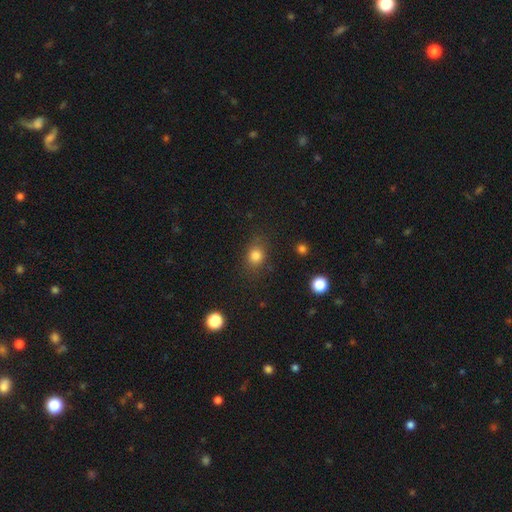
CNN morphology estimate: This appears to be a smooth galaxy with no disk features (81%) that is round (59%). Merging: none (79%).